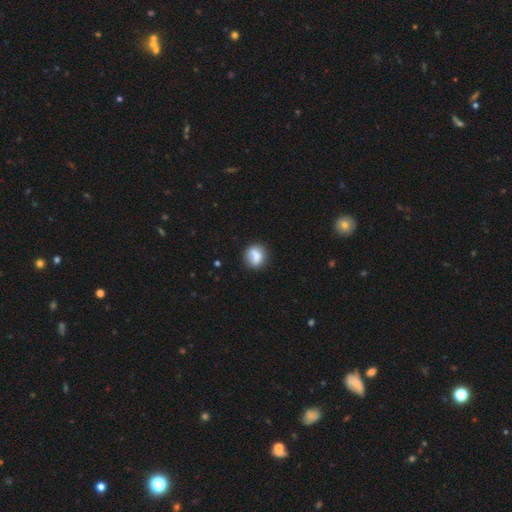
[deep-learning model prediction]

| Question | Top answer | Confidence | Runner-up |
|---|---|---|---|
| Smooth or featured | smooth | 75% | featured or disk (17%) |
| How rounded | round | 77% | in between (22%) |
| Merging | none | 70% | minor disturbance (19%) |